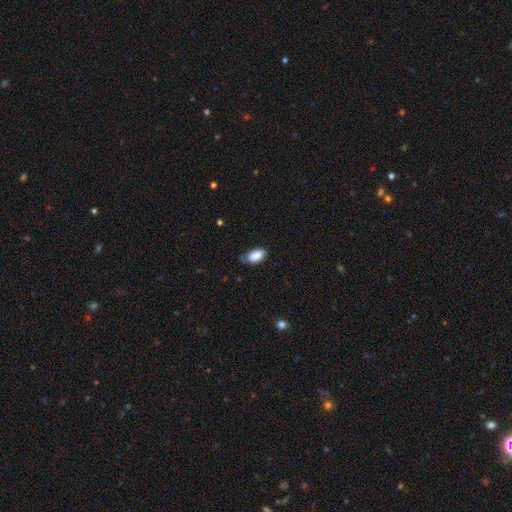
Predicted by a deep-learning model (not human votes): smooth 88%, star or artifact 7%, featured or disk 5%. Down the decision tree: how rounded — in between (93%); merging — none (66%).